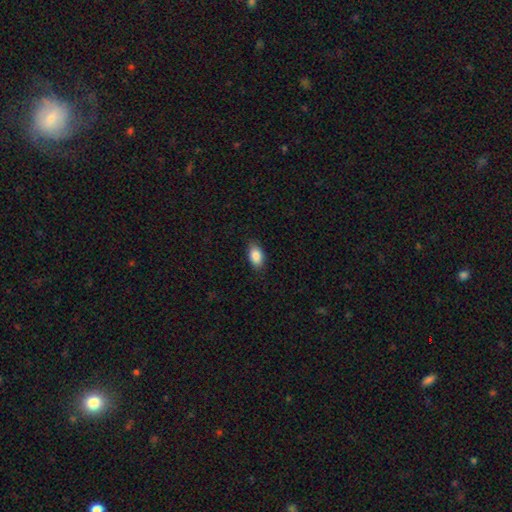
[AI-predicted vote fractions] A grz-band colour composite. It shows a smooth galaxy with no disk features (88%) that is in between round and cigar-shaped (92%). Merging: none (85%).